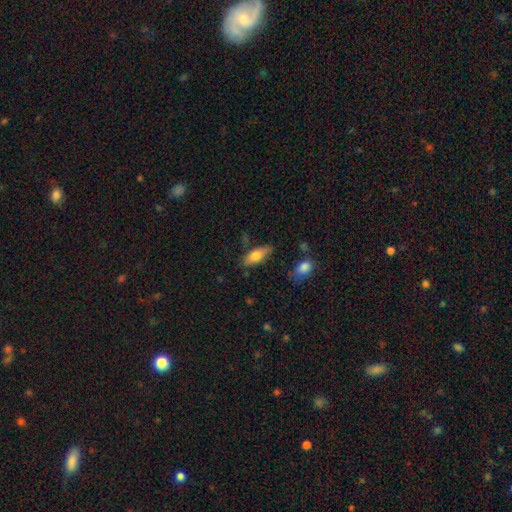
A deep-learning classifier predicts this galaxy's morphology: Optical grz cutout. It shows a smooth galaxy with no disk features (74%) that is in between round and cigar-shaped (72%). Merging: none (75%).